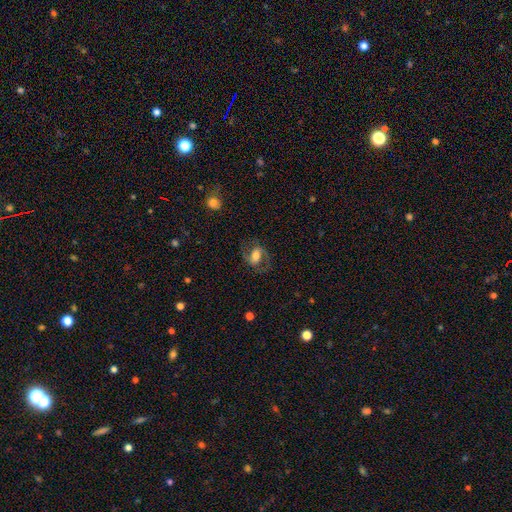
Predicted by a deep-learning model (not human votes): Smooth or featured: featured or disk — 66% (smooth — 26%)
Edge-on disk: no — 96% (yes — 4%)
Bar: weak — 41% (strong — 30%)
Spiral arms: yes — 87% (no — 13%)
Spiral winding: medium — 55% (loose — 25%)
Spiral arm count: 2 — 89% (can't tell — 5%)
Bulge size: moderate — 48% (large — 28%)
Merging: none — 71% (minor disturbance — 15%)